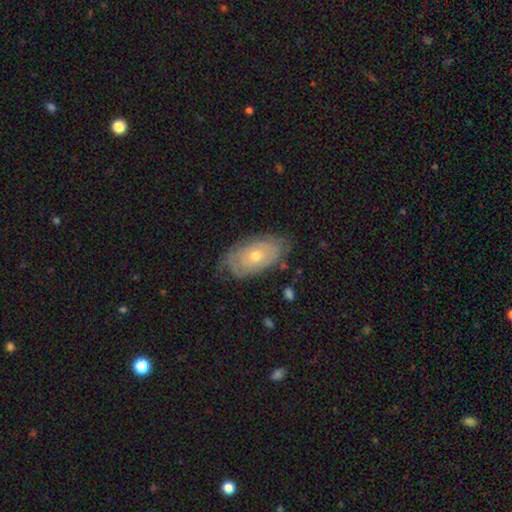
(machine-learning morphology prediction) Overall: featured or disk (62%; smooth 31%). Edge-on disk: no (91%). Bar: no (86%). Spiral arms: yes (69%; no 31%). Bulge size: moderate (59%; small 37%). Merging: none (71%).